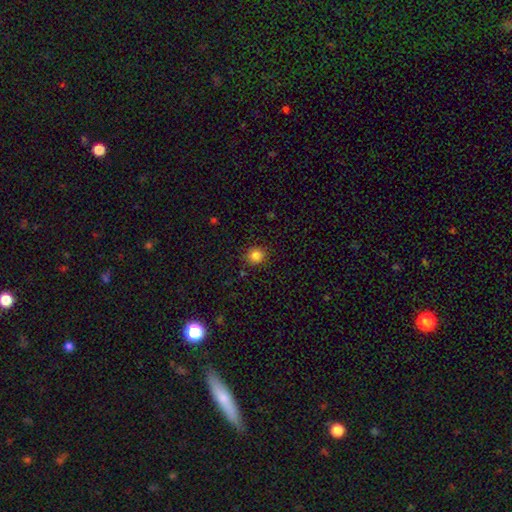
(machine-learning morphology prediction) smooth 84%, star or artifact 11%, featured or disk 4%. Down the decision tree: how rounded — round (90%); merging — none (89%).